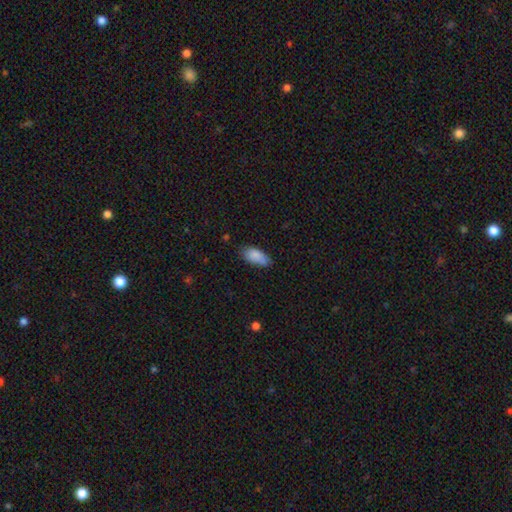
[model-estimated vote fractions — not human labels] Smooth or featured?
  - smooth: 88% *
  - star or artifact: 7%
  - featured or disk: 5%
How rounded?
  - in between: 88% *
  - cigar-shaped: 9%
  - round: 2%
Merging?
  - none: 69% *
  - minor disturbance: 25%
  - major disturbance: 4%
  - merger: 2%